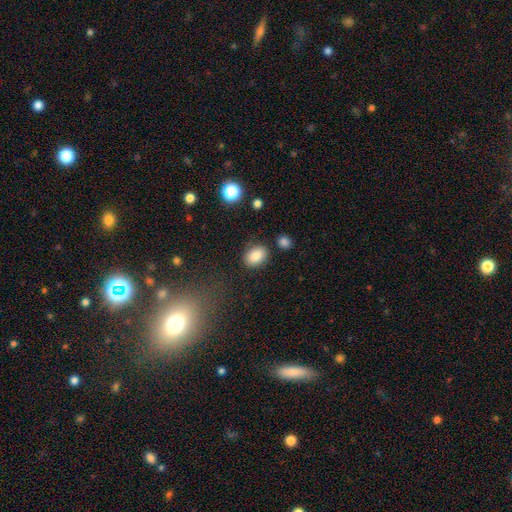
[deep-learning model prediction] smooth-or-featured: smooth: 85% | star or artifact: 8% | featured or disk: 6%
  how-rounded: in between: 72% | round: 27% | cigar-shaped: 1%
  merging: none: 82% | minor disturbance: 11% | merger: 4% | major disturbance: 3%